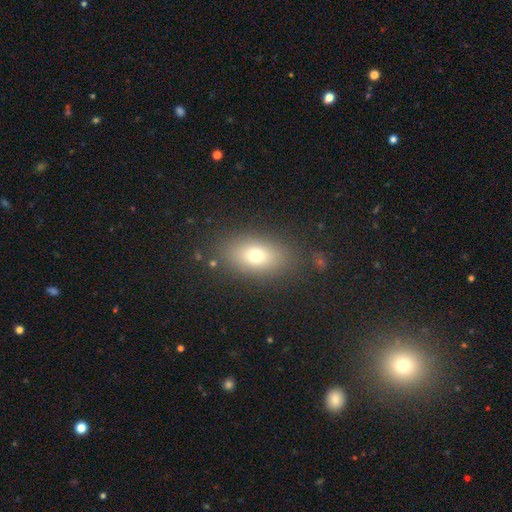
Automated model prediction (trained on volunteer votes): Smooth or featured? smooth (72%)
How rounded? in between (84%)
Merging? none (84%)